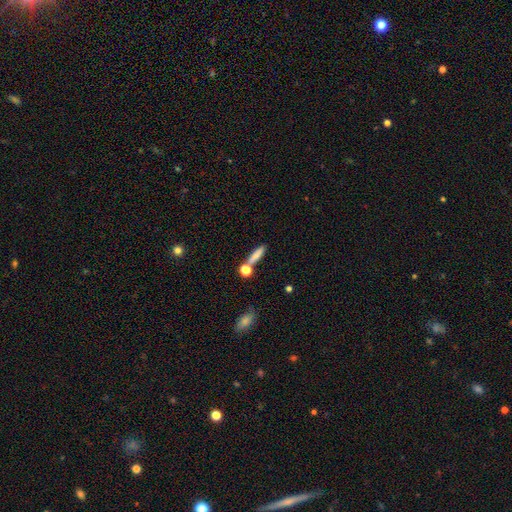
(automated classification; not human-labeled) A smooth galaxy with no disk features (76%) that is cigar-shaped (67%).

Vote fractions:
- Smooth or featured? smooth: 76% / featured or disk: 14% / star or artifact: 10%
- How rounded? cigar-shaped: 67% / in between: 25% / round: 8%
- Merging? none: 63% / merger: 20% / minor disturbance: 12% / major disturbance: 5%